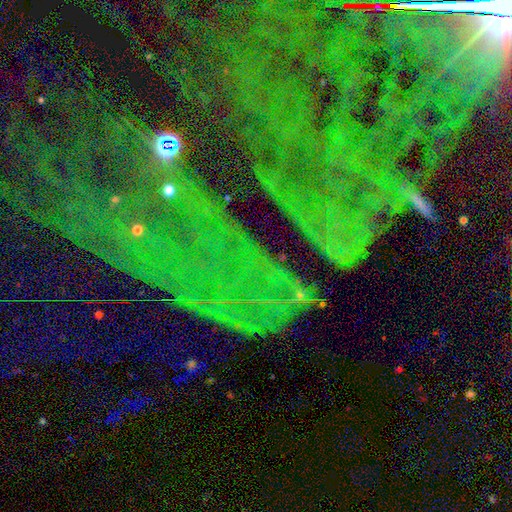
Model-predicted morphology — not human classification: smooth-or-featured: star or artifact: 76% | featured or disk: 14% | smooth: 10%